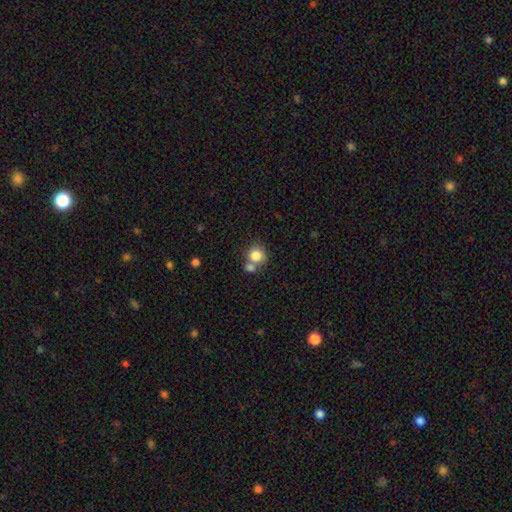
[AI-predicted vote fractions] Smooth or featured? Predicted: smooth (p=0.81). How rounded? Predicted: round (p=0.85). Merging? Predicted: none (p=0.51).